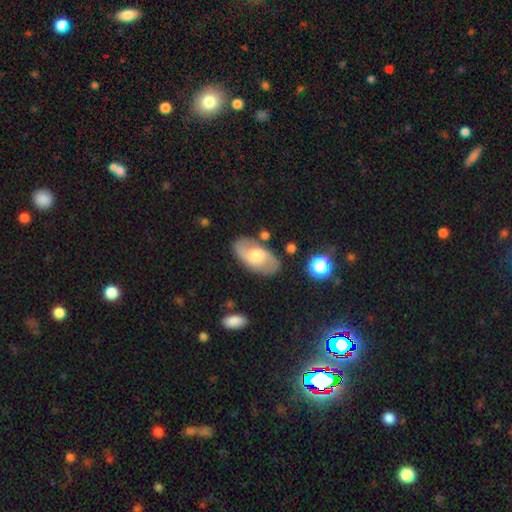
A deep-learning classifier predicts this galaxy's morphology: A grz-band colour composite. It shows a featured or disk galaxy (56%) with no bar (54%), spiral arms (76%) and a moderate central bulge (49%). Merging: none (78%).